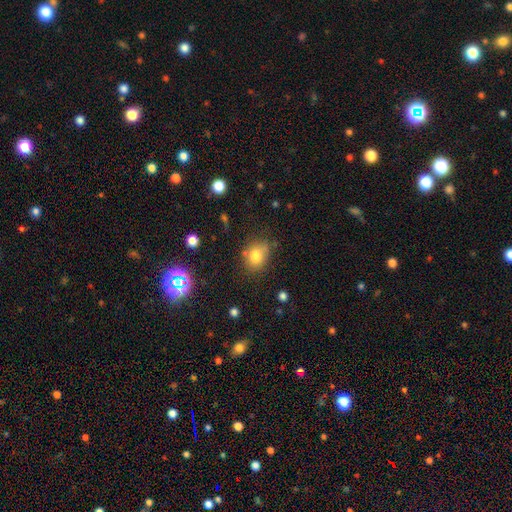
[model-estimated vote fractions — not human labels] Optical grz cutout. It shows a smooth galaxy with no disk features (79%) that is in between round and cigar-shaped (50%). Merging: none (70%).